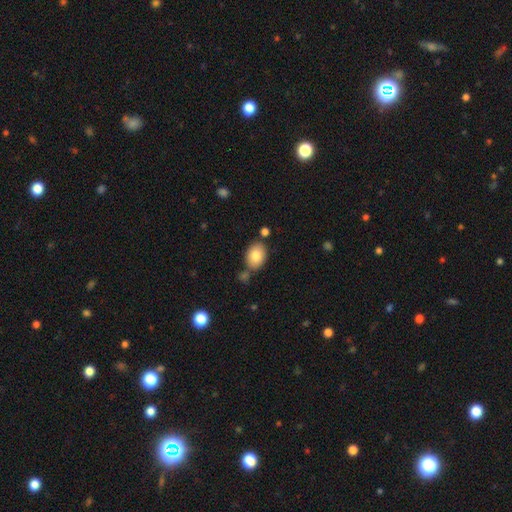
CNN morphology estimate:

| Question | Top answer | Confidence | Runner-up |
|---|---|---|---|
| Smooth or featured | smooth | 81% | featured or disk (11%) |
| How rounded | in between | 70% | round (29%) |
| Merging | none | 72% | minor disturbance (14%) |